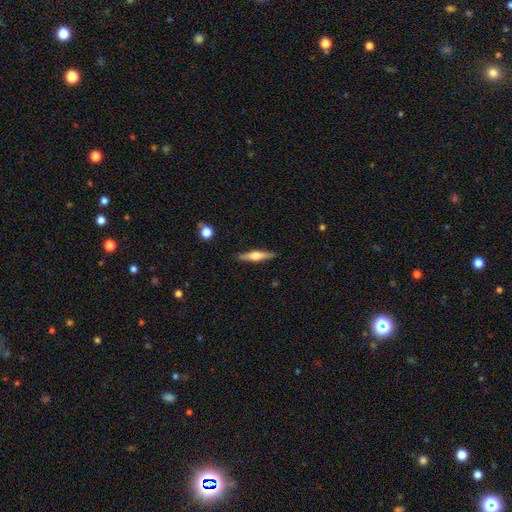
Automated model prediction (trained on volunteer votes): This appears to be a featured or disk galaxy (55%) viewed edge-on (96%) with a rounded central bulge (86%). Merging: none (88%).